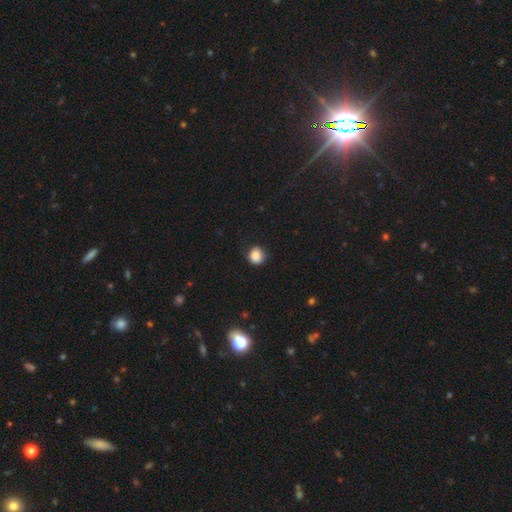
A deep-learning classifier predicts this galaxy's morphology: Smooth or featured? Predicted: smooth (p=0.83). How rounded? Predicted: round (p=0.85). Merging? Predicted: none (p=0.81).